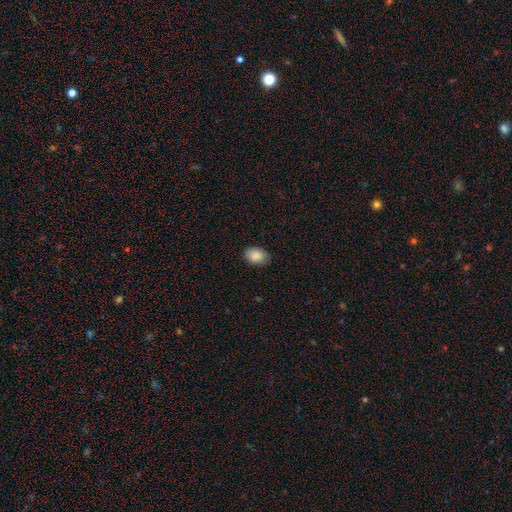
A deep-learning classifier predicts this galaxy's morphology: smooth-or-featured: smooth: 88% | star or artifact: 7% | featured or disk: 4%
  how-rounded: in between: 76% | round: 23% | cigar-shaped: 1%
  merging: none: 83% | minor disturbance: 13% | major disturbance: 2% | merger: 1%